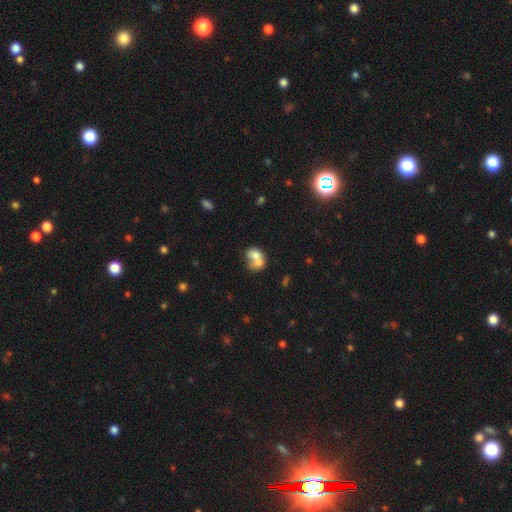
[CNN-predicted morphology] smooth 65%, featured or disk 27%, star or artifact 9%. Down the decision tree: how rounded — in between (51%); merging — merger (71%).